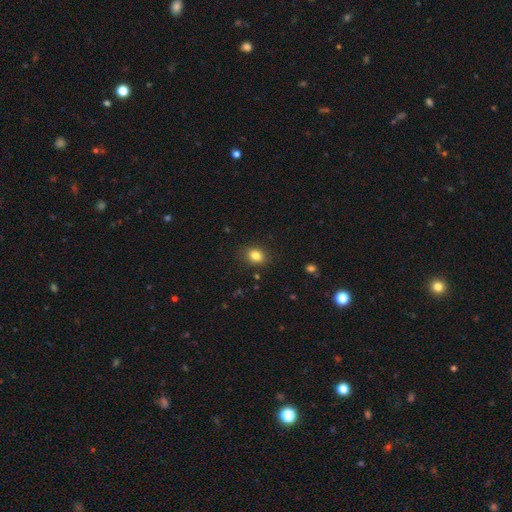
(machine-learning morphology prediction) Smooth or featured: smooth — 83% (star or artifact — 11%)
How rounded: in between — 58% (round — 41%)
Merging: none — 87% (minor disturbance — 9%)